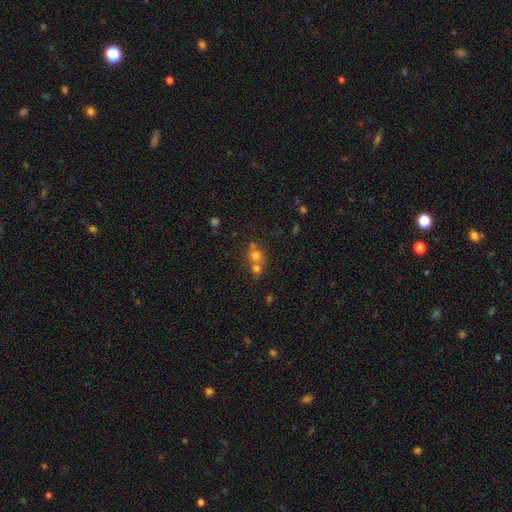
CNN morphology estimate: Smooth or featured?
  - smooth: 69% *
  - star or artifact: 17%
  - featured or disk: 13%
How rounded?
  - round: 83% *
  - in between: 16%
  - cigar-shaped: 1%
Merging?
  - merger: 54% *
  - none: 38%
  - minor disturbance: 6%
  - major disturbance: 3%